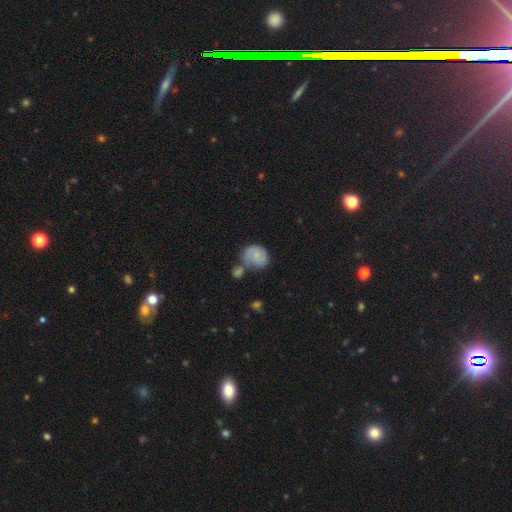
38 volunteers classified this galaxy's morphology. Smooth or featured: smooth — 66% (featured or disk — 29%)
How rounded: round — 72% (in between — 24%)
Merging: none — 39% (minor disturbance — 28%)